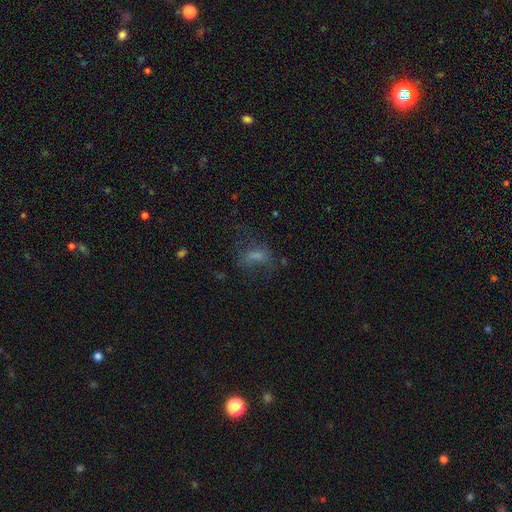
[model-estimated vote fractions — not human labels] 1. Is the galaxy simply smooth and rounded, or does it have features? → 51% smooth, 30% featured or disk, 20% star or artifact.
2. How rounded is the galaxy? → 76% in between, 15% round, 9% cigar-shaped.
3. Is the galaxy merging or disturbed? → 42% none, 35% major disturbance, 20% minor disturbance, 3% merger.